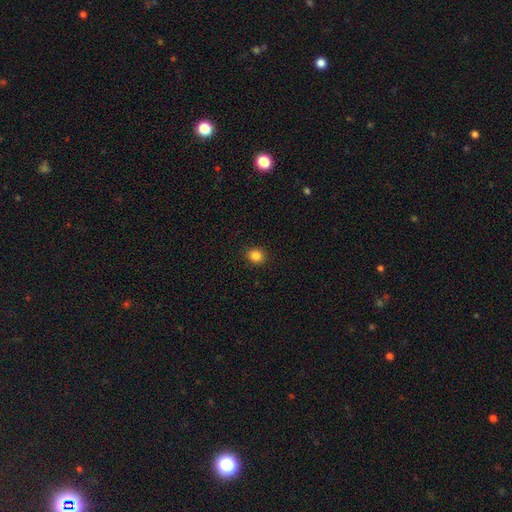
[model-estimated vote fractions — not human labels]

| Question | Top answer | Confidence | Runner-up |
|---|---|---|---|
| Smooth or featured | smooth | 85% | star or artifact (11%) |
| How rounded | round | 76% | in between (23%) |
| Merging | none | 91% | minor disturbance (6%) |